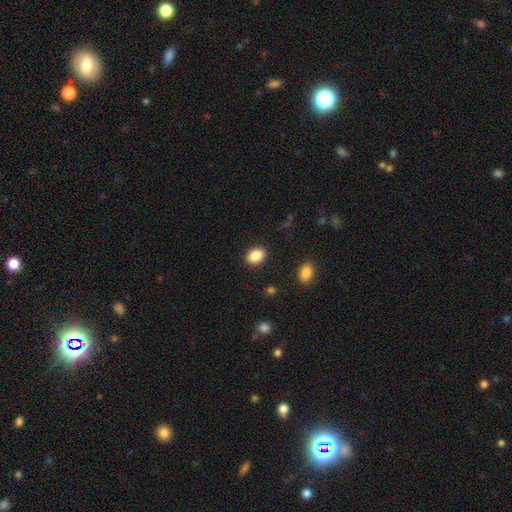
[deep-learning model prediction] Smooth or featured: smooth — 87% (star or artifact — 8%)
How rounded: in between — 76% (round — 23%)
Merging: none — 89% (minor disturbance — 8%)